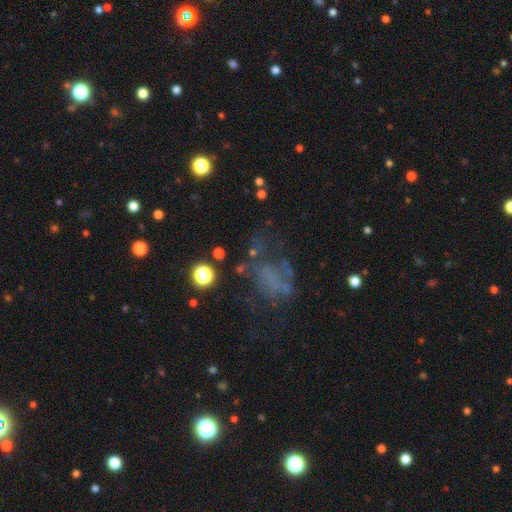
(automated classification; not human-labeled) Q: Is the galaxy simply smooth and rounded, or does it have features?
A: featured or disk — 39%.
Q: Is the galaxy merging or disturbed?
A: major disturbance — 38%.